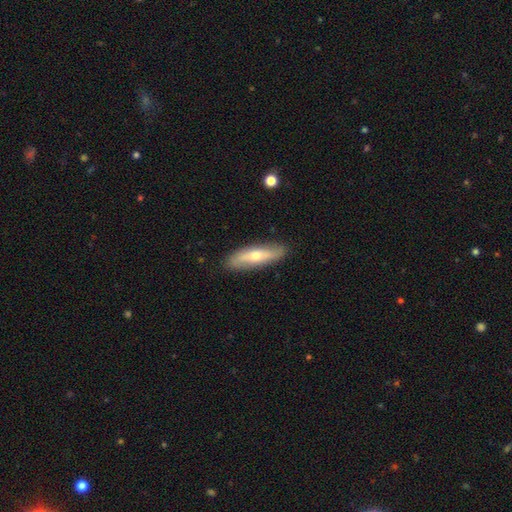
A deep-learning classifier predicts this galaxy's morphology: The model was most divided on "smooth or featured" (2-way tie): featured or disk: 47%, smooth: 47%, star or artifact: 6%. More confident: merging — none (86%).